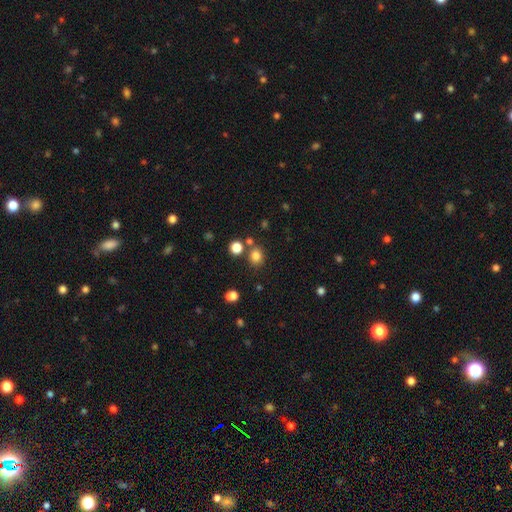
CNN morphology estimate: Smooth or featured: smooth — 81% (star or artifact — 14%)
How rounded: round — 74% (in between — 25%)
Merging: none — 76% (merger — 11%)